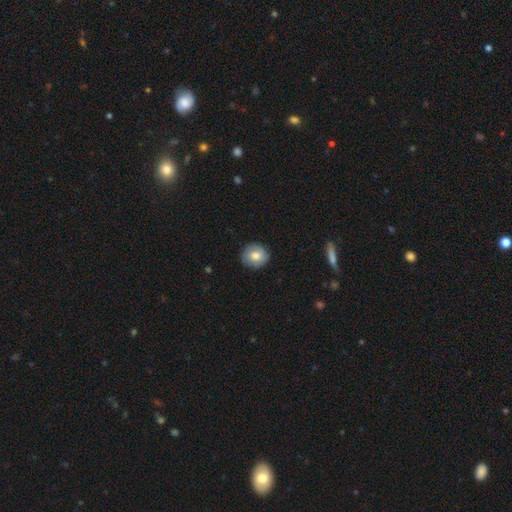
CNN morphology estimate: A smooth galaxy with no disk features (75%) that is round (86%). Merging: none (86%).